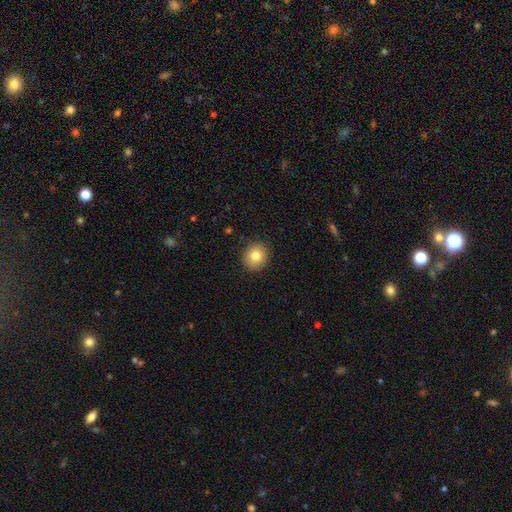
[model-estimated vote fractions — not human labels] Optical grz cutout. It shows a smooth galaxy with no disk features (80%) that is round (86%). Merging: none (90%).